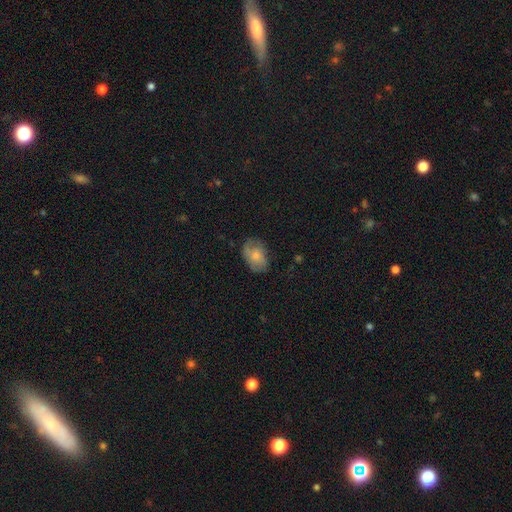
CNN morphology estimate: This is likely a smooth galaxy (64%). How rounded: likely in between (78%). Merging: likely none (64%).